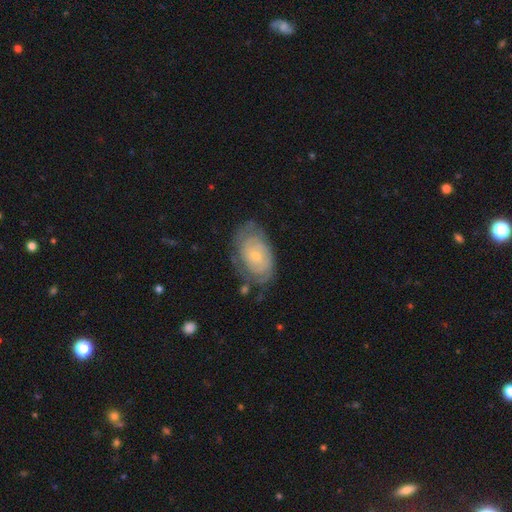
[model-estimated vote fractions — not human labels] Morphology: type=featured or disk (71%); edge-on=no (96%); bar=no (81%); spiral arms=yes (84%); winding=tight (73%); arm count=can't tell (52%); bulge=small (74%); merging=none (64%).